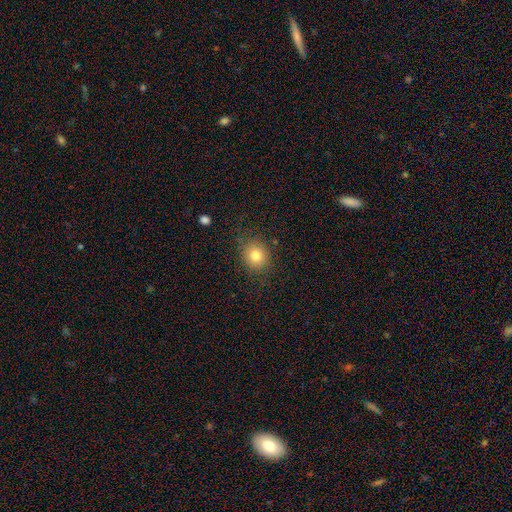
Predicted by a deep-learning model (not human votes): The model was most divided on "how rounded": round: 75%, in between: 24%, cigar-shaped: 1%. More confident: merging — none (83%); smooth or featured — smooth (80%).